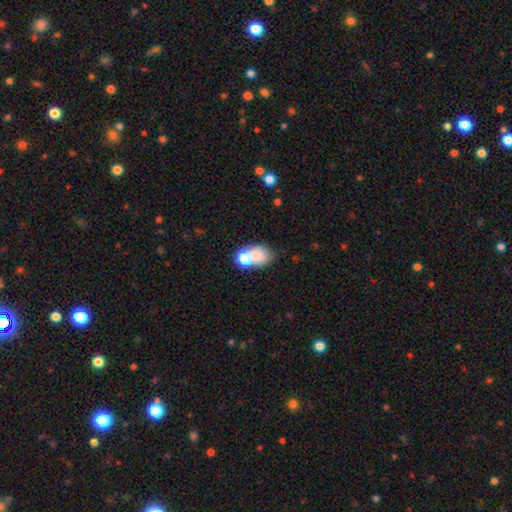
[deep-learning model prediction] smooth 70%, featured or disk 19%, star or artifact 11%. Down the decision tree: how rounded — in between (72%); merging — merger (49%).